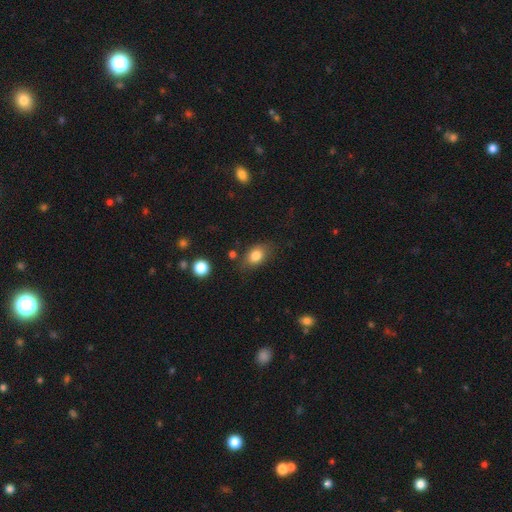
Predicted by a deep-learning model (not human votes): Smooth or featured? Predicted: smooth (p=0.82). How rounded? Predicted: in between (p=0.75). Merging? Predicted: none (p=0.74).